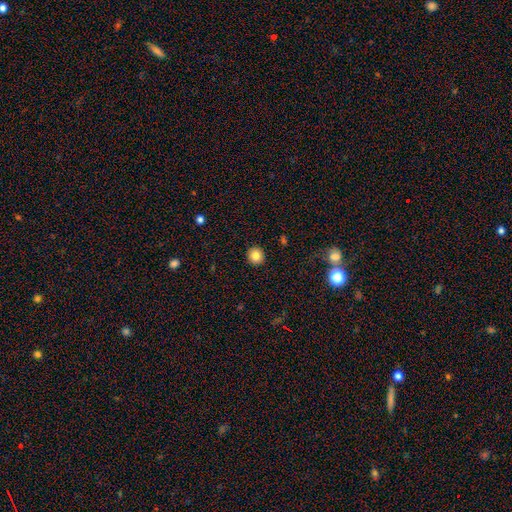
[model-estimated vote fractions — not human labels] smooth-or-featured: smooth: 82% | star or artifact: 11% | featured or disk: 7%
  how-rounded: round: 93% | in between: 6% | cigar-shaped: 1%
  merging: none: 93% | minor disturbance: 5% | major disturbance: 2% | merger: 1%